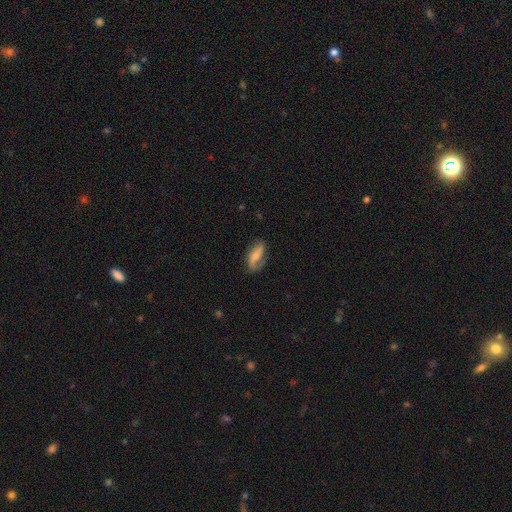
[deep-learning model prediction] Morphology: type=featured or disk (57%); edge-on=no (92%); bar=no (49%); spiral arms=yes (87%); bulge=small (50%); merging=none (63%).